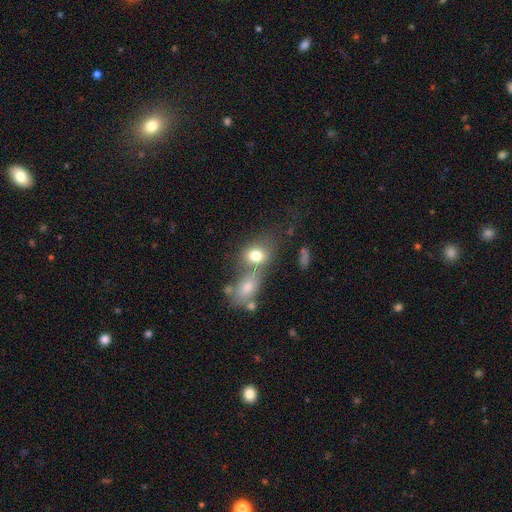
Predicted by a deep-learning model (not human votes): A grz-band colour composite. It shows a smooth galaxy with no disk features (74%) that is in between round and cigar-shaped (63%). Merging: merger (46%).